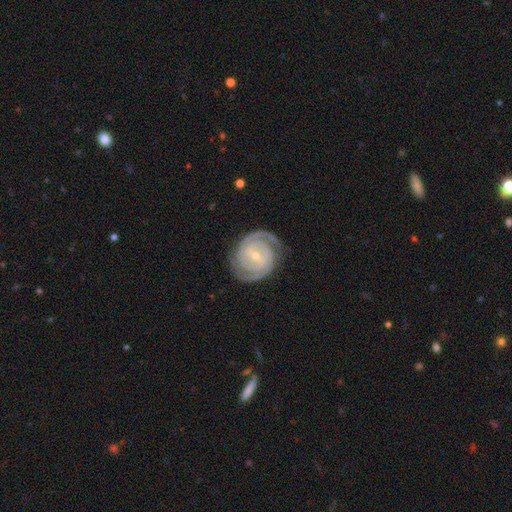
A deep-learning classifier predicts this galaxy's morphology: Overall: featured or disk (92%). Edge-on disk: no (98%). Bar: weak (45%; strong 30%). Spiral arms: yes (99%). Spiral arm count: 2 (80%). Spiral winding: tight (81%). Bulge size: small (65%; moderate 32%). Merging: none (83%).